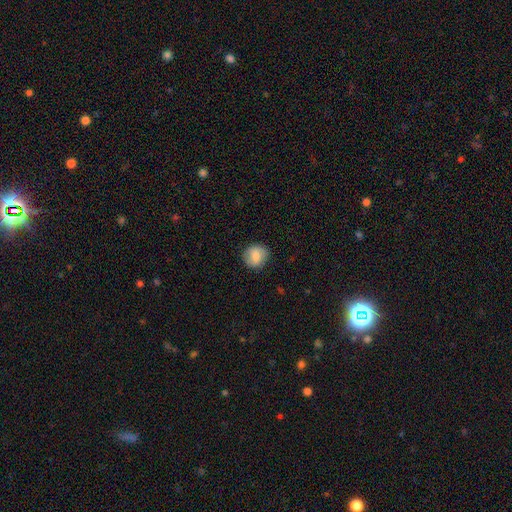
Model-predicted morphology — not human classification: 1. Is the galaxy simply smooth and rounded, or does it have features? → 81% smooth, 11% featured or disk, 8% star or artifact.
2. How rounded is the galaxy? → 86% round, 13% in between, 1% cigar-shaped.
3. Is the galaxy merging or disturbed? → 86% none, 10% minor disturbance, 3% major disturbance, 1% merger.